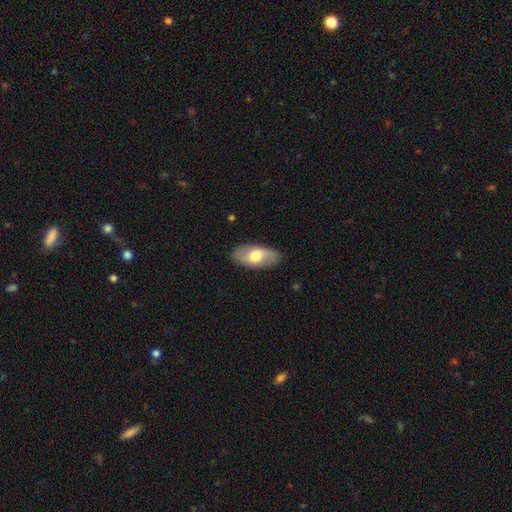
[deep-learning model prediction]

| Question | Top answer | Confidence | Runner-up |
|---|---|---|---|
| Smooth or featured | smooth | 56% | featured or disk (38%) |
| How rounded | in between | 91% | cigar-shaped (5%) |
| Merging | none | 86% | minor disturbance (10%) |